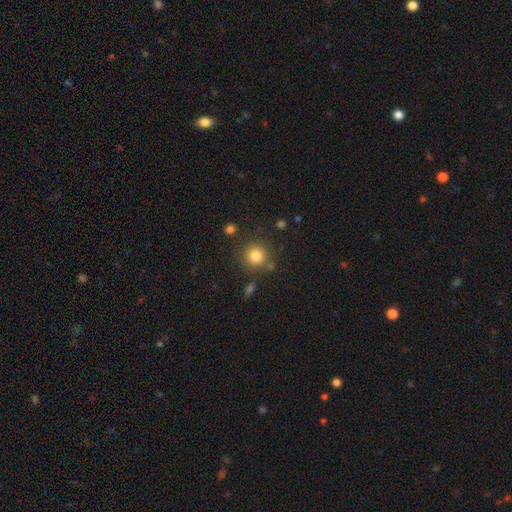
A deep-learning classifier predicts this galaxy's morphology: Smooth or featured?
  - smooth: 81% *
  - star or artifact: 12%
  - featured or disk: 7%
How rounded?
  - round: 93% *
  - in between: 6%
  - cigar-shaped: 1%
Merging?
  - none: 82% *
  - minor disturbance: 9%
  - merger: 6%
  - major disturbance: 3%